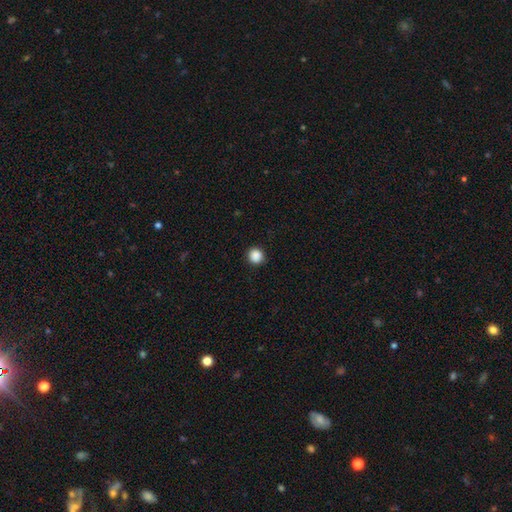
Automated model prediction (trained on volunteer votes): Overall: smooth (88%). How rounded: round (93%). Merging: none (92%).